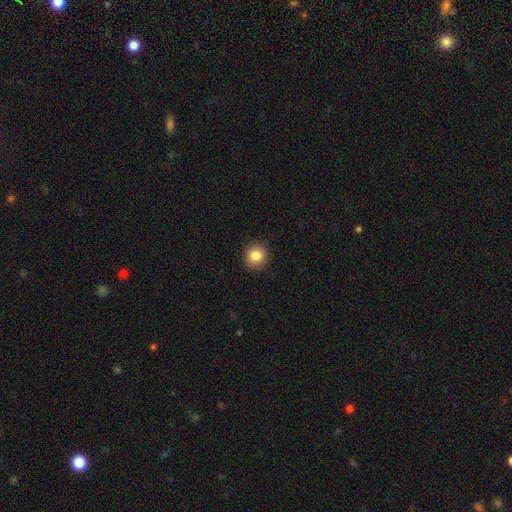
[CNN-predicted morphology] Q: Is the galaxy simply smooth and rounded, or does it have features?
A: smooth — 85%.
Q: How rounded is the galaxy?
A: round — 89%.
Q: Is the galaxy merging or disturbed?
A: none — 91%.